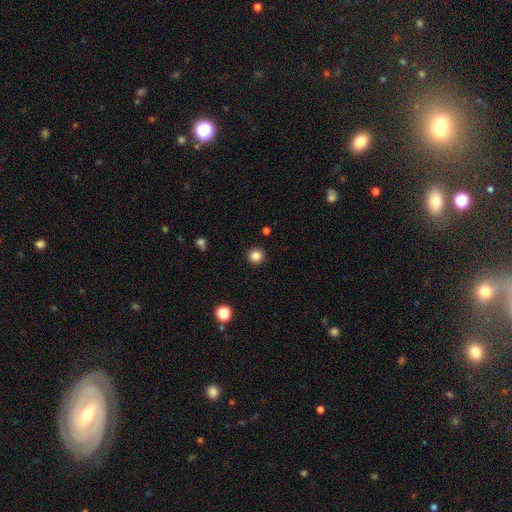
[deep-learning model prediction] smooth-or-featured: smooth: 84% | star or artifact: 12% | featured or disk: 4%
  how-rounded: round: 96% | in between: 3% | cigar-shaped: 1%
  merging: none: 93% | minor disturbance: 4% | major disturbance: 2% | merger: 1%